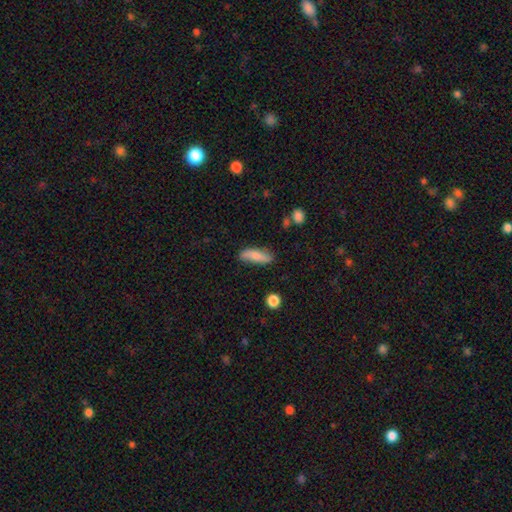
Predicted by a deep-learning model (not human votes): Smooth or featured? smooth (71%)
How rounded? in between (51%)
Merging? none (73%)